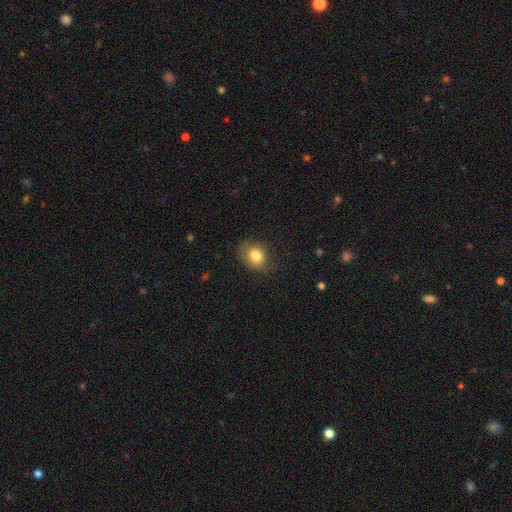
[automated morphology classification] smooth_or_featured: smooth (p=0.79) [alt: featured or disk p=0.11]
how_rounded: in between (p=0.50) [alt: round p=0.49]
merging: none (p=0.67) [alt: minor disturbance p=0.24]